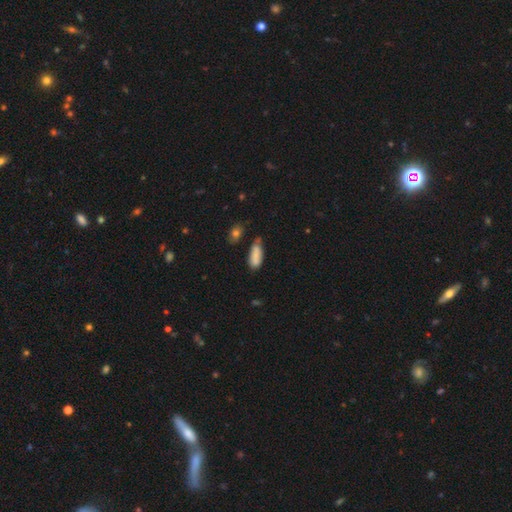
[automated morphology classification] Smooth or featured? smooth (82%)
How rounded? in between (72%)
Merging? none (52%)